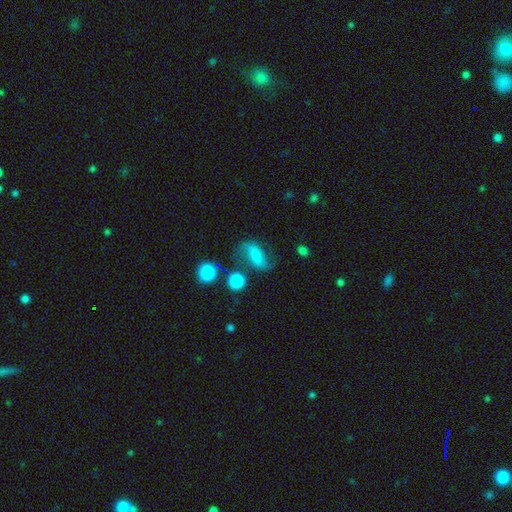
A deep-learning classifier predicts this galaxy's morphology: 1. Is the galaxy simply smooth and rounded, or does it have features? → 45% featured or disk, 43% smooth, 12% star or artifact.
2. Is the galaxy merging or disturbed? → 61% none, 21% minor disturbance, 12% major disturbance, 7% merger.